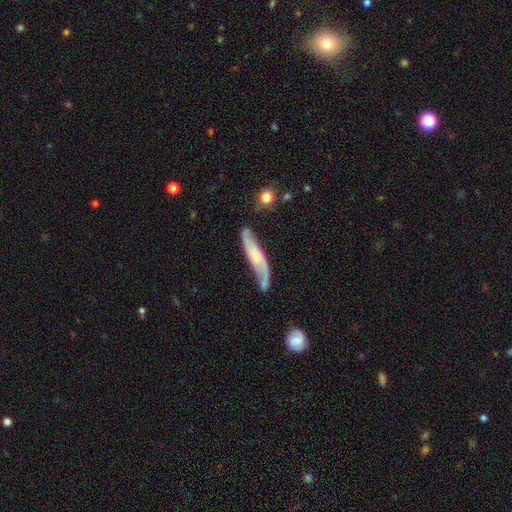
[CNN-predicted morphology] The model was most divided on "bulge size": small: 38%, none: 33%, moderate: 21%, large: 6%, dominant: 2%. More confident: spiral arms — yes (92%); smooth or featured — featured or disk (72%); edge-on disk — no (72%); merging — none (57%); bar — no (53%).